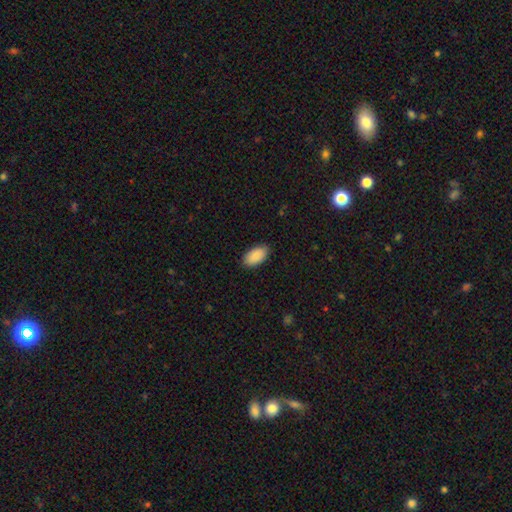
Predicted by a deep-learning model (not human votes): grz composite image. It shows a smooth galaxy with no disk features (91%) that is in between round and cigar-shaped (95%). Merging: none (87%).